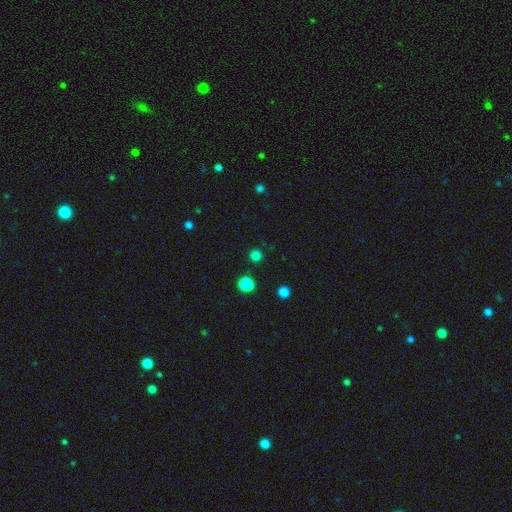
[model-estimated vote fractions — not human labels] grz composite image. It shows a smooth galaxy with no disk features (79%) that is round (92%). Merging: none (87%).